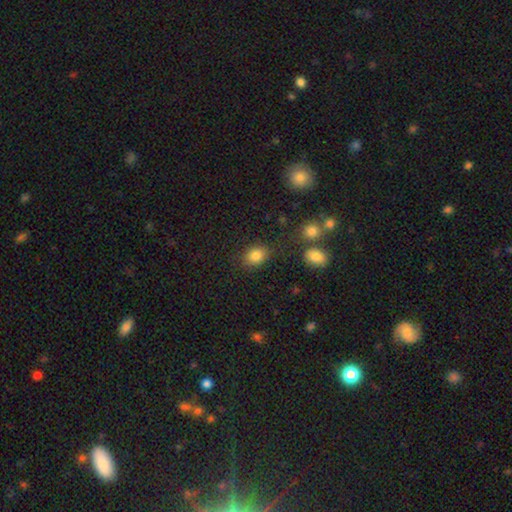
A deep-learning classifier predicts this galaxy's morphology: Smooth or featured? Predicted: smooth (p=0.83). How rounded? Predicted: in between (p=0.56). Merging? Predicted: none (p=0.78).